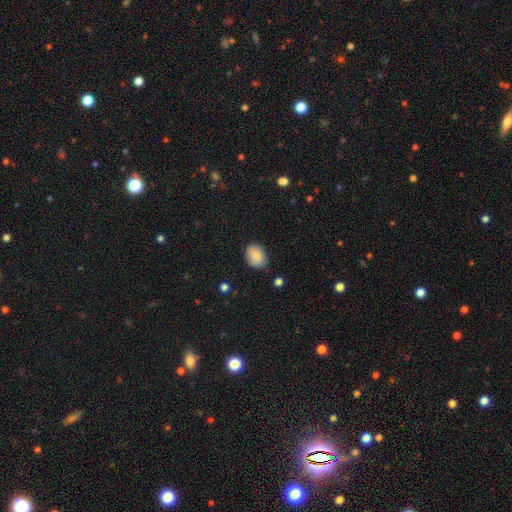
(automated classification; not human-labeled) A smooth galaxy with no disk features (88%) that is in between round and cigar-shaped (71%).

Vote fractions:
- Smooth or featured? smooth: 88% / star or artifact: 7% / featured or disk: 5%
- How rounded? in between: 71% / round: 28% / cigar-shaped: 1%
- Merging? none: 79% / minor disturbance: 16% / major disturbance: 3% / merger: 2%